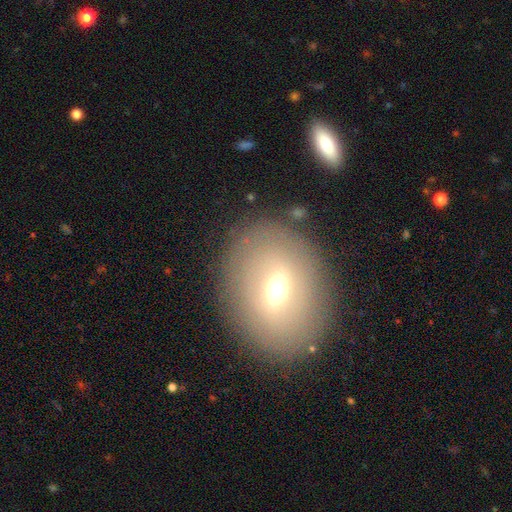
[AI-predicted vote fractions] Smooth or featured?
  - smooth: 52% *
  - featured or disk: 37%
  - star or artifact: 12%
How rounded?
  - in between: 65% *
  - round: 34%
  - cigar-shaped: 2%
Merging?
  - none: 83% *
  - minor disturbance: 10%
  - major disturbance: 4%
  - merger: 3%